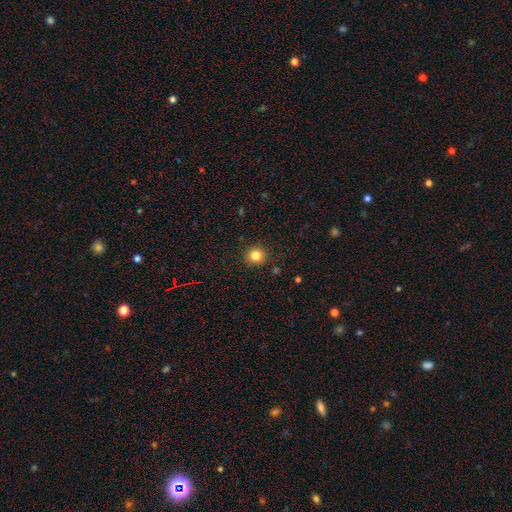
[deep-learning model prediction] smooth 83%, star or artifact 12%, featured or disk 5%. Down the decision tree: how rounded — round (90%); merging — none (90%).